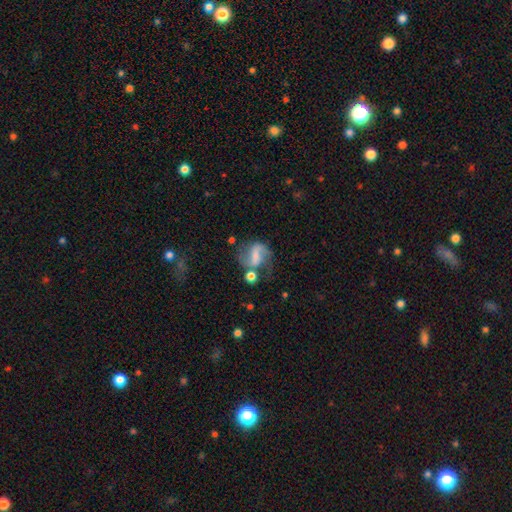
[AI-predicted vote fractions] featured or disk 69%, smooth 22%, star or artifact 10%. Down the decision tree: edge-on disk — no (97%); bar — strong (45%); spiral arms — yes (87%); spiral arm count — 2 (85%); spiral winding — loose (53%); bulge size — none (42%); merging — none (50%).